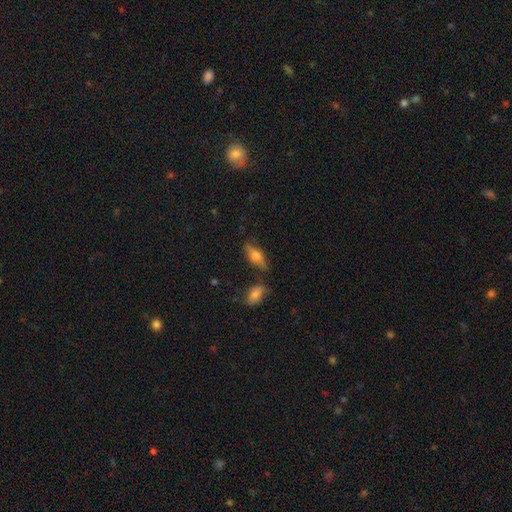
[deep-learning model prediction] A featured or disk galaxy (48%).

Vote fractions:
- Smooth or featured? featured or disk: 48% / smooth: 44% / star or artifact: 8%
- Merging? none: 77% / minor disturbance: 14% / merger: 5% / major disturbance: 4%